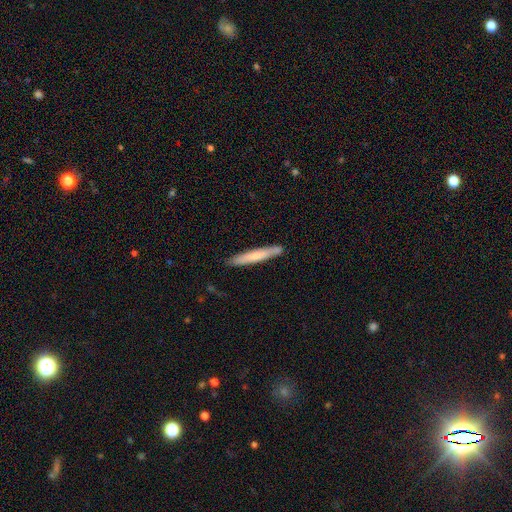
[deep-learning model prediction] Smooth or featured? Predicted: smooth (p=0.63). How rounded? Predicted: cigar-shaped (p=0.95). Merging? Predicted: none (p=0.85).